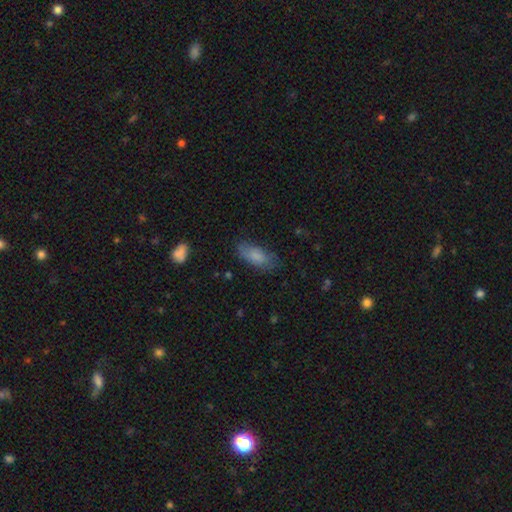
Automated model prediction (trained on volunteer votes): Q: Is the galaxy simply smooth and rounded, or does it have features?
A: smooth — 79%.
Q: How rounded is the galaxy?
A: in between — 84%.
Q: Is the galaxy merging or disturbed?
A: none — 67%.